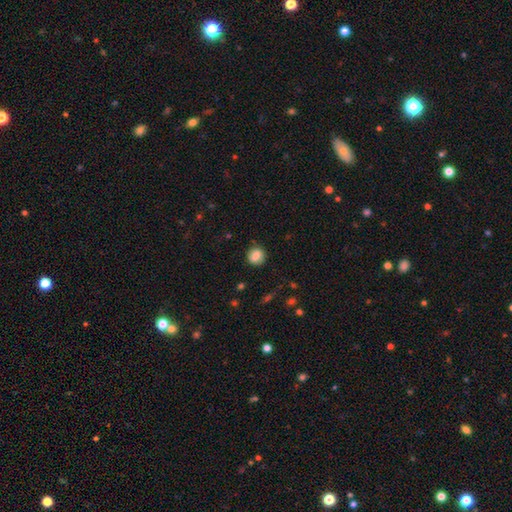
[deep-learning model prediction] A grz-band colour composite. It shows a smooth galaxy with no disk features (76%) that is round (78%). Merging: none (85%).